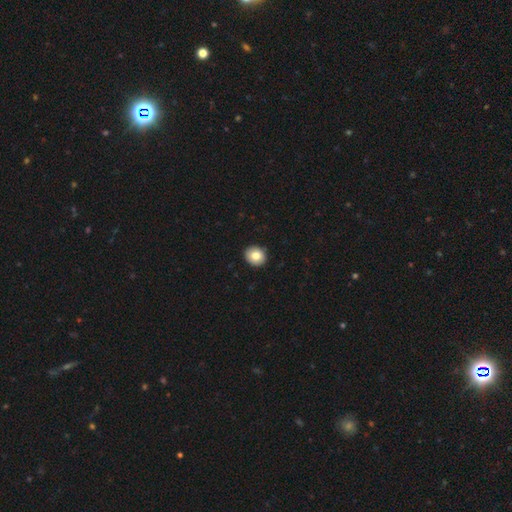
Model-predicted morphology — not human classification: Overall: smooth (83%). How rounded: round (74%). Merging: none (91%).